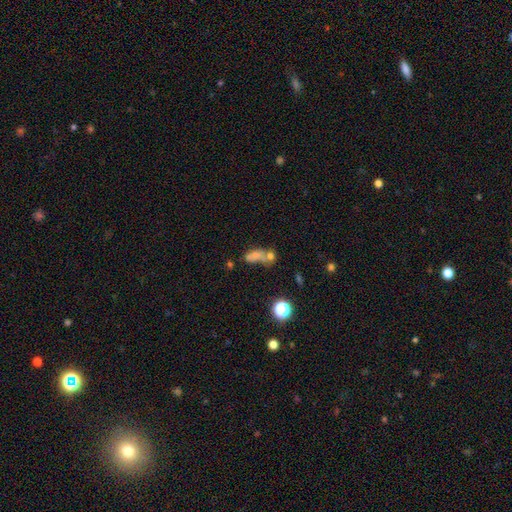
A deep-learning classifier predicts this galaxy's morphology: smooth-or-featured: smooth: 61% | featured or disk: 21% | star or artifact: 18%
  how-rounded: in between: 71% | round: 16% | cigar-shaped: 13%
  merging: merger: 48% | none: 25% | minor disturbance: 13% | major disturbance: 13%